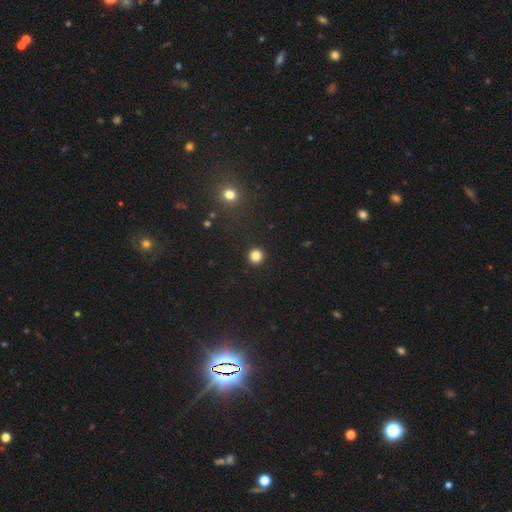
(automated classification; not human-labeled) A smooth galaxy with no disk features (84%) that is round (93%). Merging: none (93%).